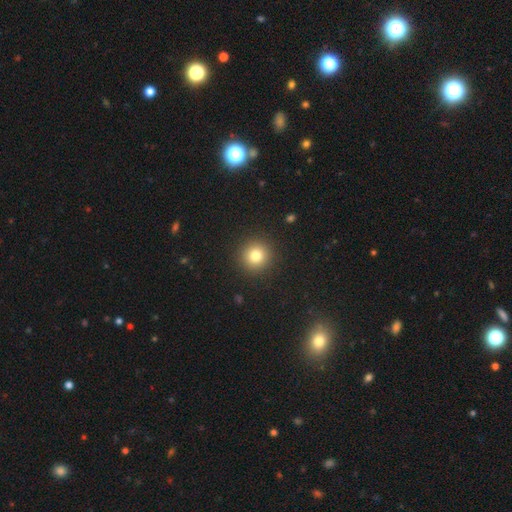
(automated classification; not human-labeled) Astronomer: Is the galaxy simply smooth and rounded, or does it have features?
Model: smooth — 80%.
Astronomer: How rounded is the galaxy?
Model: round — 95%.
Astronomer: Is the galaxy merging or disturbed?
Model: none — 92%.